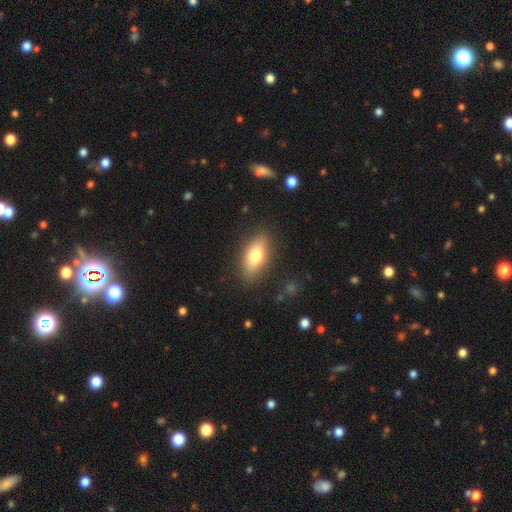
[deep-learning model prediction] smooth_or_featured: smooth (p=0.75) [alt: featured or disk p=0.18]
how_rounded: in between (p=0.83) [alt: cigar-shaped p=0.13]
merging: none (p=0.85) [alt: minor disturbance p=0.11]